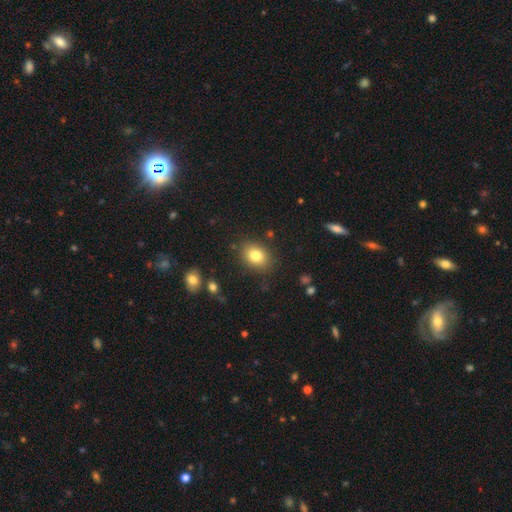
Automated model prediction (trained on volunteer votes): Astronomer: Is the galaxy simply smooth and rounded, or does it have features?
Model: smooth — 81%.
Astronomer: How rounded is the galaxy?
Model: in between — 62% (runner-up: round, 37%).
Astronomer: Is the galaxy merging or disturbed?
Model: none — 85%.